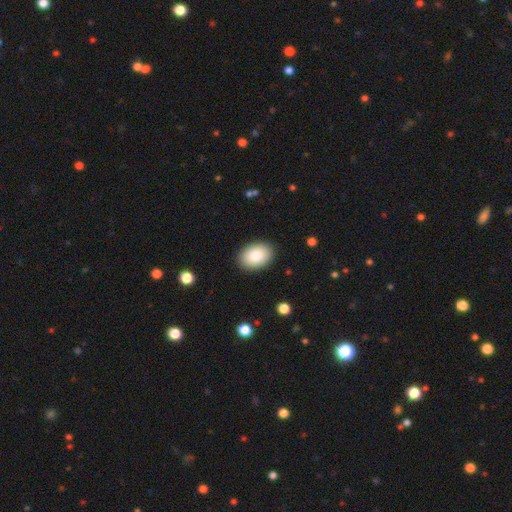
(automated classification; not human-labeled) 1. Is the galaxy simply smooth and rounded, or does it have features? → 86% smooth, 7% featured or disk, 7% star or artifact.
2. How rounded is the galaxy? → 82% in between, 17% round, 1% cigar-shaped.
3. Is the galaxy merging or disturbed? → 89% none, 8% minor disturbance, 2% major disturbance, 1% merger.